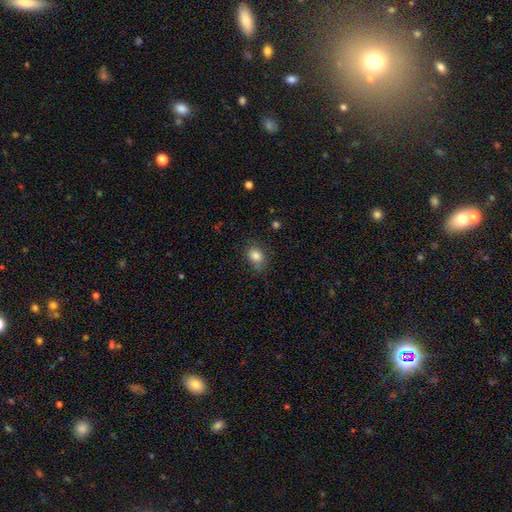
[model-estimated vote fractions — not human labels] A smooth galaxy with no disk features (84%) that is in between round and cigar-shaped (62%).

Vote fractions:
- Smooth or featured? smooth: 84% / star or artifact: 10% / featured or disk: 7%
- How rounded? in between: 62% / round: 37% / cigar-shaped: 1%
- Merging? none: 73% / minor disturbance: 20% / major disturbance: 5% / merger: 2%